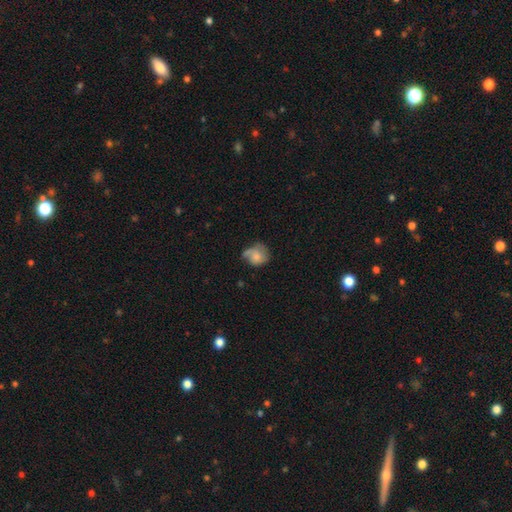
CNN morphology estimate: Overall: smooth (60%; featured or disk 31%). How rounded: round (66%; in between 33%). Merging: none (38%; minor disturbance 32%).